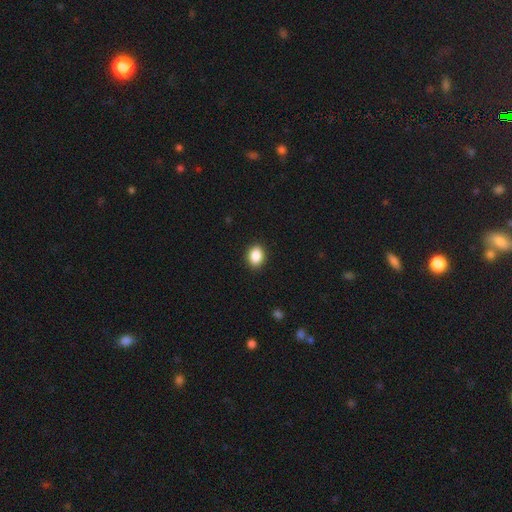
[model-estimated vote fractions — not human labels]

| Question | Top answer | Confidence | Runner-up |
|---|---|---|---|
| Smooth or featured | smooth | 88% | star or artifact (8%) |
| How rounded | in between | 68% | round (31%) |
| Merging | none | 90% | minor disturbance (7%) |